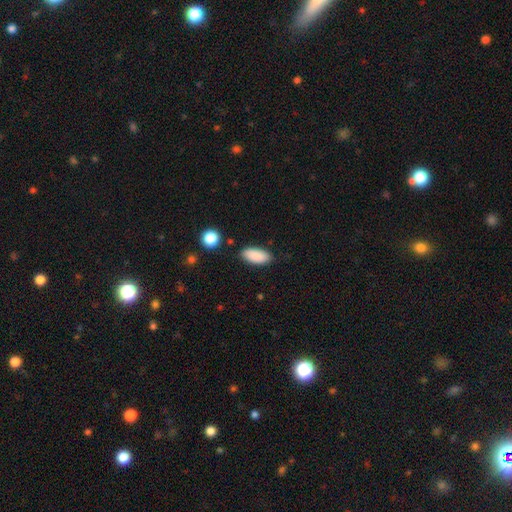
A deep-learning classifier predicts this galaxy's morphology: Smooth or featured: smooth — 89% (star or artifact — 7%)
How rounded: in between — 89% (cigar-shaped — 9%)
Merging: none — 84% (minor disturbance — 11%)